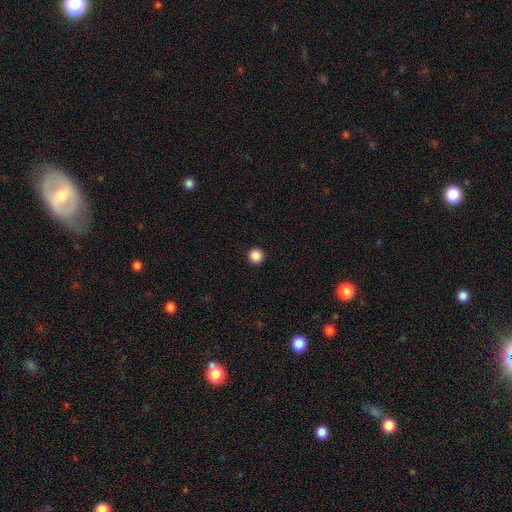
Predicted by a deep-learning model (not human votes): Q: Smooth or featured?
A: smooth (88%); runner-up: star or artifact (10%)
Q: How rounded?
A: round (96%); runner-up: in between (3%)
Q: Merging?
A: none (94%); runner-up: minor disturbance (4%)